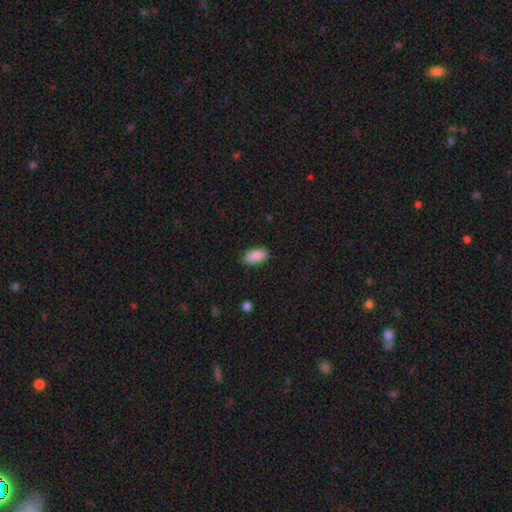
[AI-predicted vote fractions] Smooth or featured? smooth (89%)
How rounded? in between (92%)
Merging? none (86%)